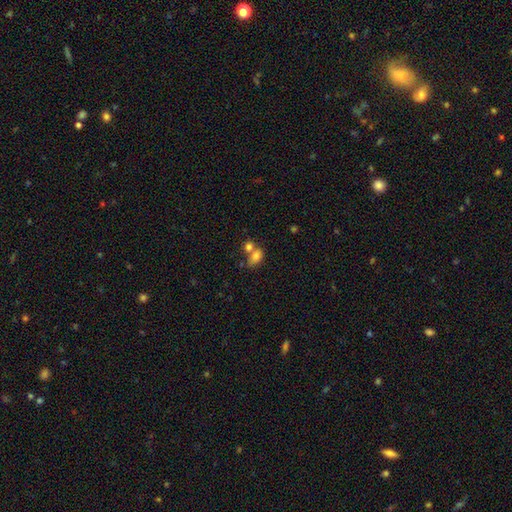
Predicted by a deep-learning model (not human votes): Smooth or featured: smooth — 77% (featured or disk — 13%)
How rounded: in between — 77% (round — 21%)
Merging: merger — 48% (none — 35%)